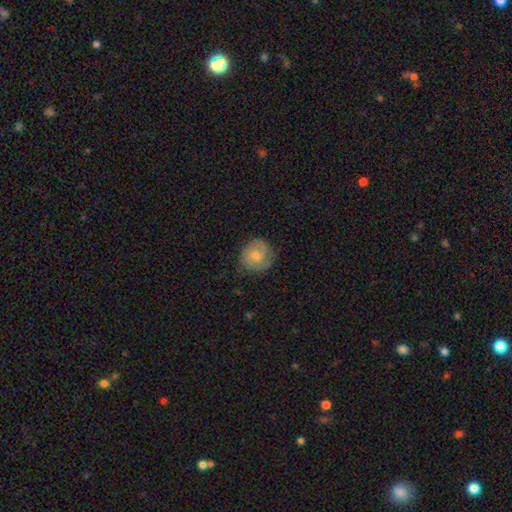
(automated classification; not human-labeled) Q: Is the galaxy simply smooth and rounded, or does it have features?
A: featured or disk — 47%.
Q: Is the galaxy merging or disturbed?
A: none — 75%.